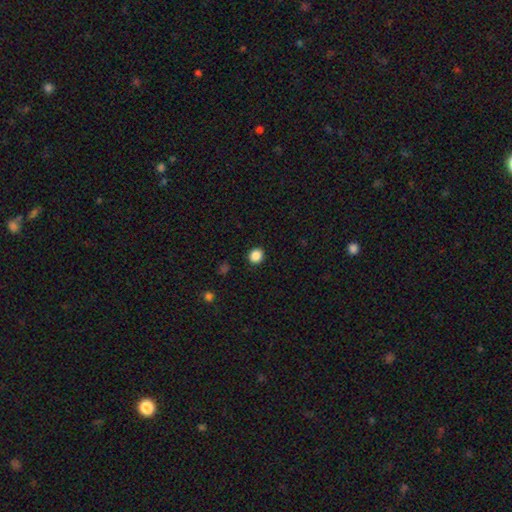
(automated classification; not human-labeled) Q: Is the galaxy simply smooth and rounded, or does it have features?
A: smooth — 87%.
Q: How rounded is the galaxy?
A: round — 79%.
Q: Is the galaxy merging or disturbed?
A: none — 91%.